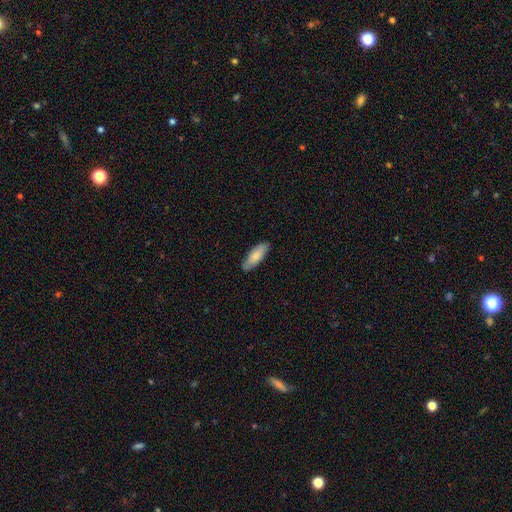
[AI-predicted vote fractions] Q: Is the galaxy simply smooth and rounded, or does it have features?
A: smooth — 80%.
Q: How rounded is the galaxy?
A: in between — 65%.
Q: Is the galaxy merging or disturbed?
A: none — 85%.